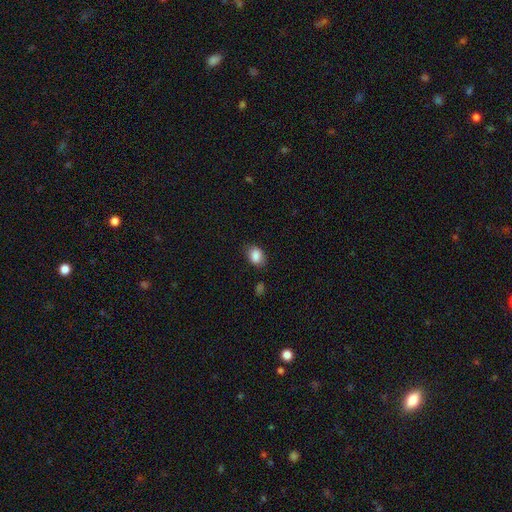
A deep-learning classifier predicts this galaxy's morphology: The model was most divided on "how rounded": in between: 67%, round: 31%, cigar-shaped: 1%. More confident: smooth or featured — smooth (86%); merging — none (77%).